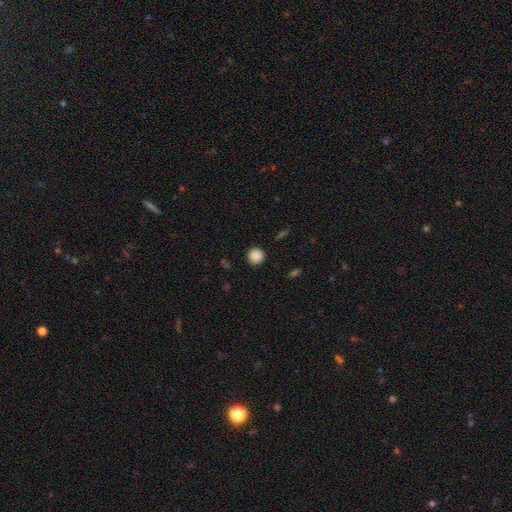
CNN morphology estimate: Smooth or featured?
  - smooth: 88% *
  - star or artifact: 9%
  - featured or disk: 3%
How rounded?
  - round: 93% *
  - in between: 6%
  - cigar-shaped: 1%
Merging?
  - none: 90% *
  - minor disturbance: 6%
  - major disturbance: 2%
  - merger: 1%